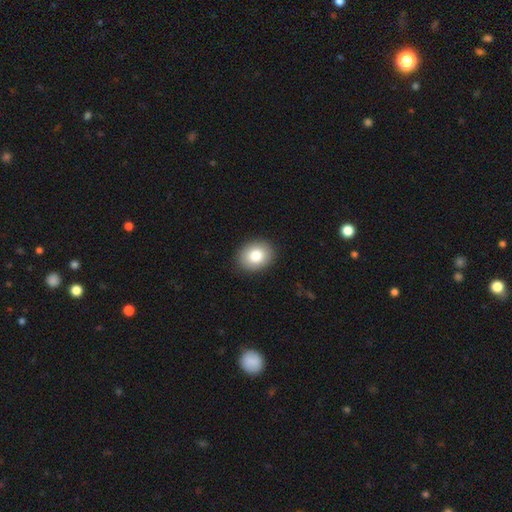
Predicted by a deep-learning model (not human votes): Overall: smooth (83%). How rounded: in between (54%; round 45%). Merging: none (90%).